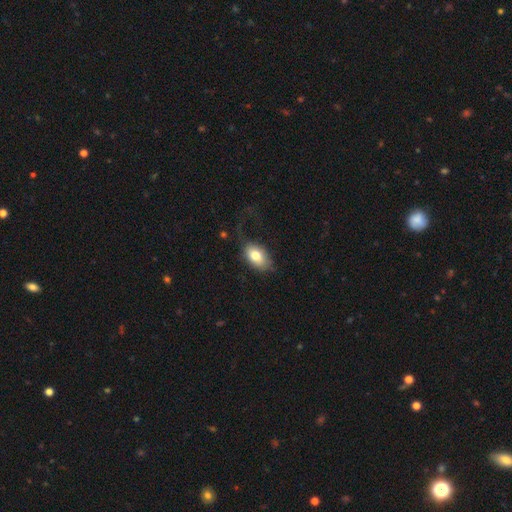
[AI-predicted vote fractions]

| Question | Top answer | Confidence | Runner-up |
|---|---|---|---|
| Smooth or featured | smooth | 77% | featured or disk (15%) |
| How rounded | in between | 90% | round (9%) |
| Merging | none | 51% | minor disturbance (24%) |